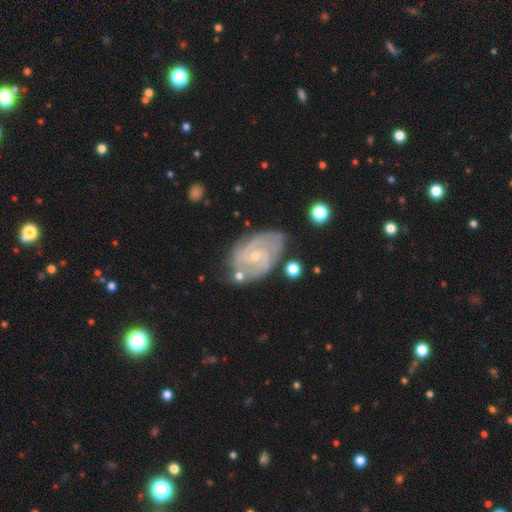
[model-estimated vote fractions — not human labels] A featured or disk galaxy (88%) with no bar (52%), 2 (51%) tight (58%) spiral arms (97%) and a small central bulge (72%). Merging: none (70%).